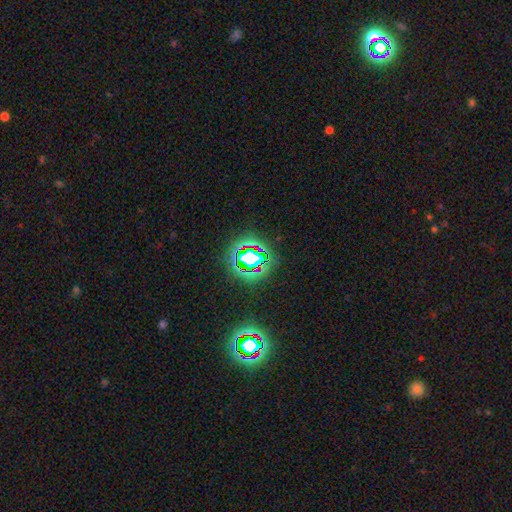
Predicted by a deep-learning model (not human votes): This is likely a star or artifact rather than a galaxy (75%).